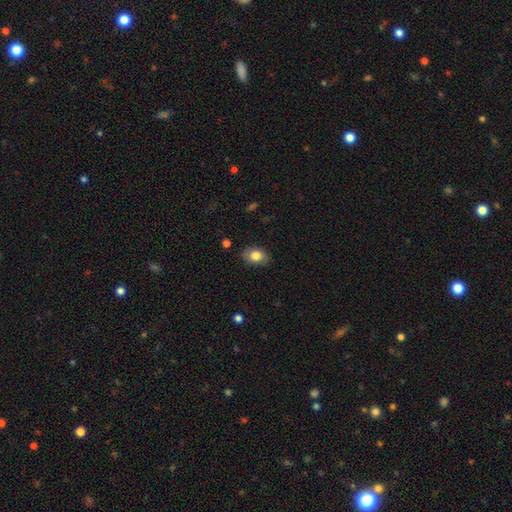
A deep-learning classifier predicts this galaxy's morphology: A smooth galaxy with no disk features (81%) that is in between round and cigar-shaped (83%). Merging: none (84%).